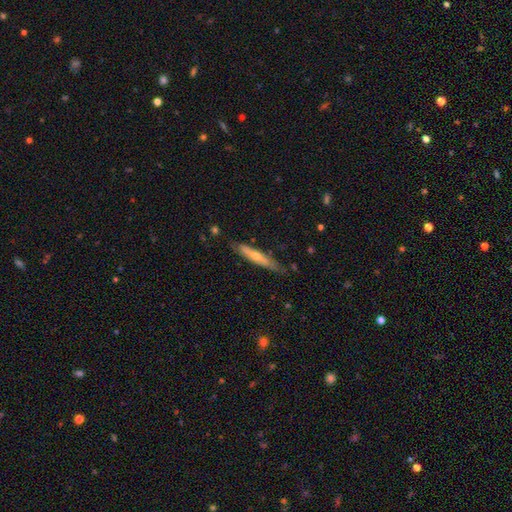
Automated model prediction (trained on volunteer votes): Overall: featured or disk (61%; smooth 30%). Edge-on disk: yes (91%). Edge-on bulge: rounded (74%). Merging: none (82%).